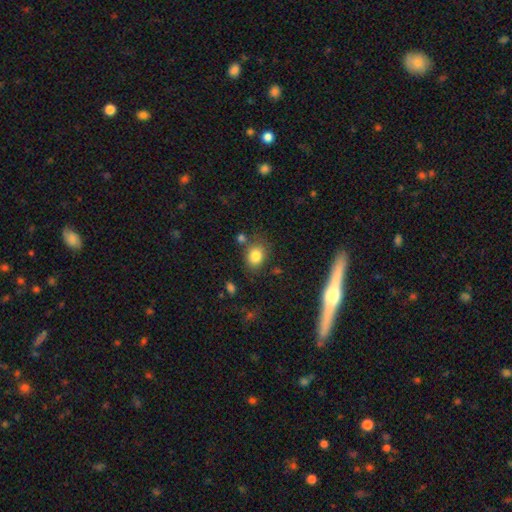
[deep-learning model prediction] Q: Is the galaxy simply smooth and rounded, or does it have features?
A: smooth — 81%.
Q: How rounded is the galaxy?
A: in between — 57%.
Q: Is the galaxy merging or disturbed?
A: none — 75%.